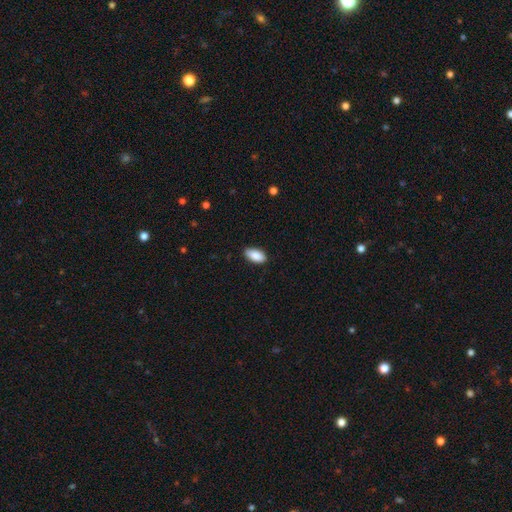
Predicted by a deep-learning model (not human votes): A smooth galaxy with no disk features (89%) that is in between round and cigar-shaped (93%).

Vote fractions:
- Smooth or featured? smooth: 89% / star or artifact: 6% / featured or disk: 5%
- How rounded? in between: 93% / cigar-shaped: 4% / round: 2%
- Merging? none: 87% / minor disturbance: 11% / major disturbance: 2% / merger: 1%